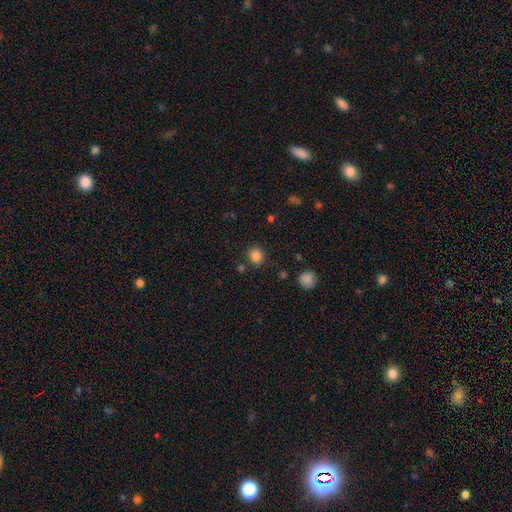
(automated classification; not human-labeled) Smooth or featured?
  - smooth: 84% *
  - star or artifact: 12%
  - featured or disk: 4%
How rounded?
  - round: 84% *
  - in between: 15%
  - cigar-shaped: 1%
Merging?
  - none: 84% *
  - minor disturbance: 9%
  - merger: 4%
  - major disturbance: 3%